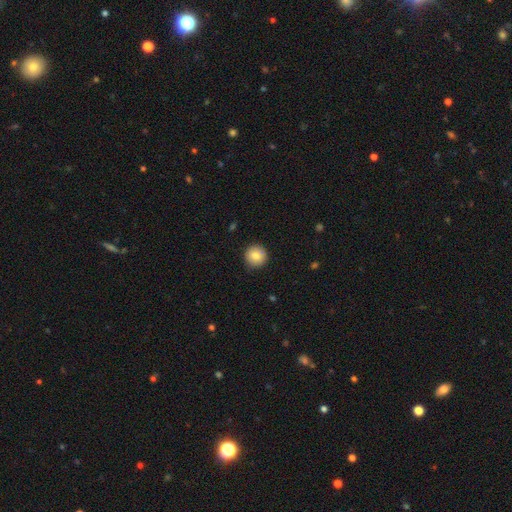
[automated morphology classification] This appears to be a smooth galaxy with no disk features (81%) that is round (94%). Merging: none (87%).